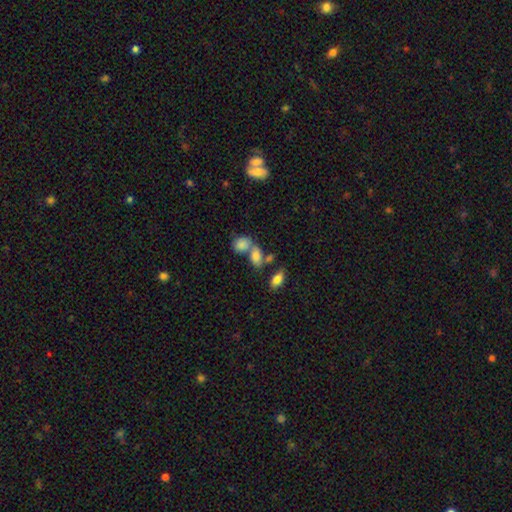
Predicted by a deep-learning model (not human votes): smooth_or_featured: smooth (p=0.77) [alt: featured or disk p=0.12]
how_rounded: in between (p=0.79) [alt: round p=0.18]
merging: merger (p=0.47) [alt: none p=0.35]